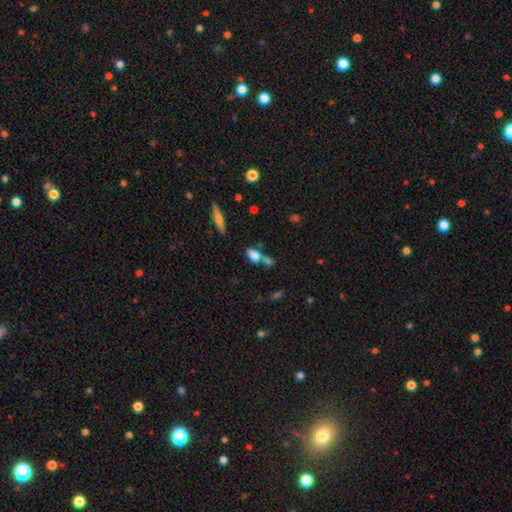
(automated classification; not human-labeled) A smooth galaxy with no disk features (77%) that is in between round and cigar-shaped (81%). Merging: none (43%).